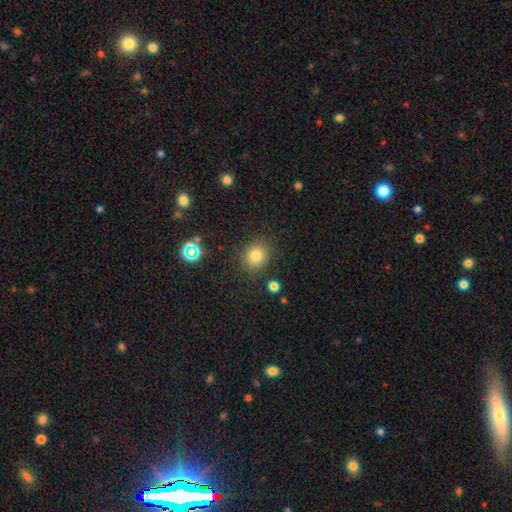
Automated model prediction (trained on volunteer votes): Q: Smooth or featured?
A: smooth (79%); runner-up: star or artifact (14%)
Q: How rounded?
A: round (77%); runner-up: in between (22%)
Q: Merging?
A: none (85%); runner-up: minor disturbance (9%)